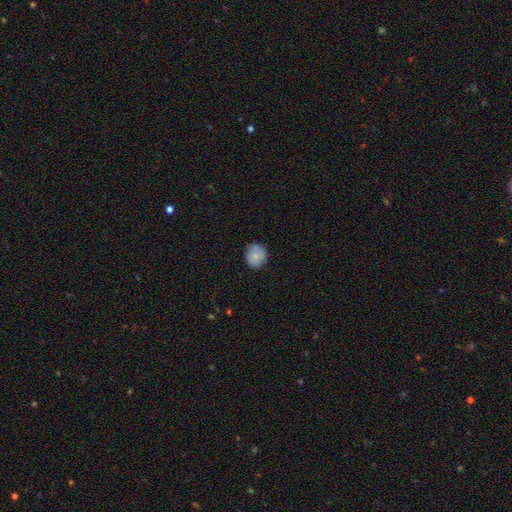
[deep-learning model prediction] smooth 83%, featured or disk 10%, star or artifact 8%. Down the decision tree: how rounded — round (84%); merging — none (82%).